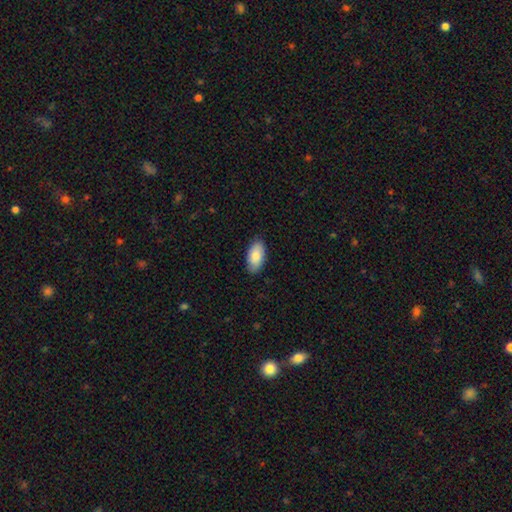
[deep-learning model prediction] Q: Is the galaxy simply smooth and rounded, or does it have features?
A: smooth — 83%.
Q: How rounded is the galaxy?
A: in between — 94%.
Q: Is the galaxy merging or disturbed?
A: none — 86%.